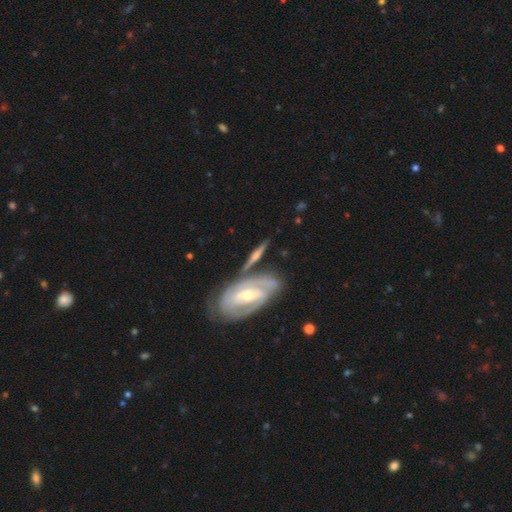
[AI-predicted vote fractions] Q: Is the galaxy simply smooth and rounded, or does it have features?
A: featured or disk — 69%.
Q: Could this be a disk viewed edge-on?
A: no — 57%.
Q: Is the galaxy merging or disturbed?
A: none — 62%.